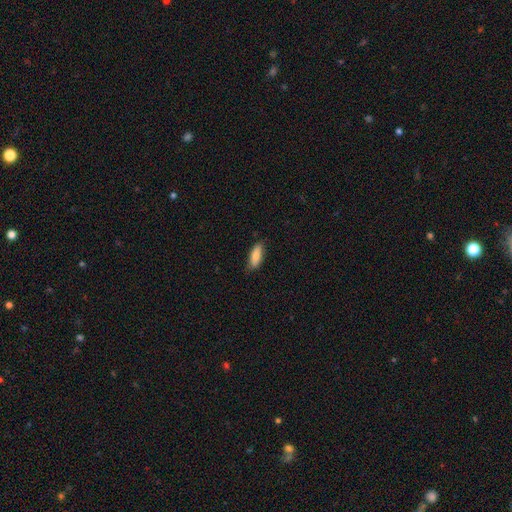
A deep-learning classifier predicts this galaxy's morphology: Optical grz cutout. It shows a smooth galaxy with no disk features (82%) that is in between round and cigar-shaped (68%). Merging: none (81%).